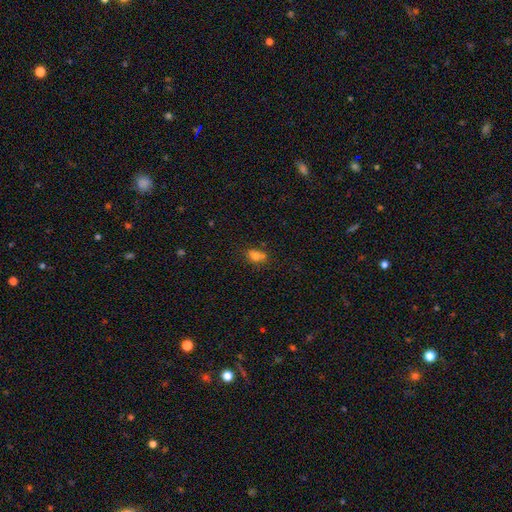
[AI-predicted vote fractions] Smooth or featured? smooth (73%)
How rounded? in between (60%)
Merging? none (53%)